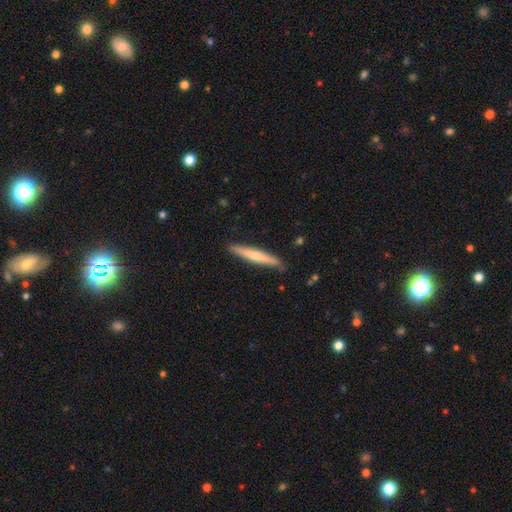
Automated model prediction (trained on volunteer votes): A smooth galaxy with no disk features (59%) that is cigar-shaped (95%).

Vote fractions:
- Smooth or featured? smooth: 59% / featured or disk: 36% / star or artifact: 5%
- How rounded? cigar-shaped: 95% / in between: 4% / round: 1%
- Merging? none: 88% / minor disturbance: 9% / major disturbance: 2% / merger: 1%